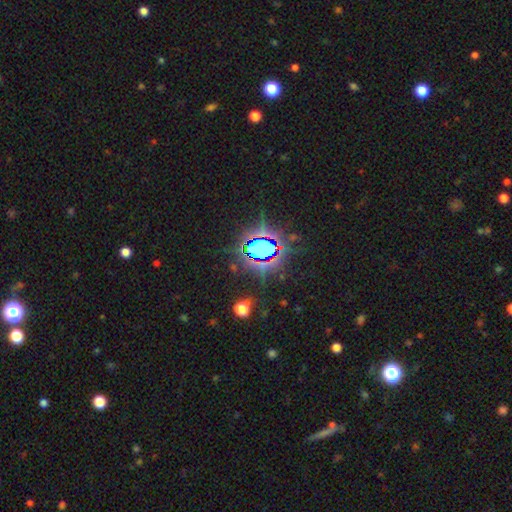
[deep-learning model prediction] A star or artifact, not a galaxy (80%).

Vote fractions:
- Smooth or featured? star or artifact: 80% / smooth: 12% / featured or disk: 8%